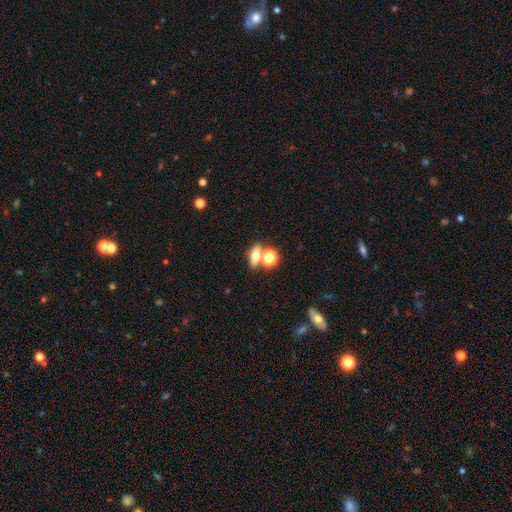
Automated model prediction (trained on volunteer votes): The model was most divided on "merging": none: 57%, merger: 28%, minor disturbance: 10%, major disturbance: 4%. More confident: smooth or featured — smooth (60%); how rounded — in between (59%).